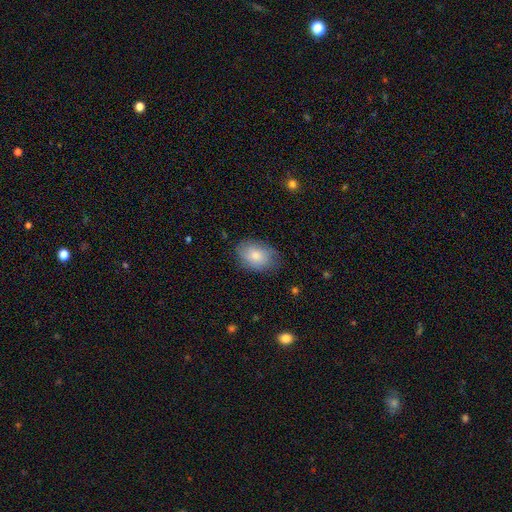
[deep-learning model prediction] This is likely a smooth galaxy (78%). How rounded: clearly in between (82%). Merging: likely none (75%).